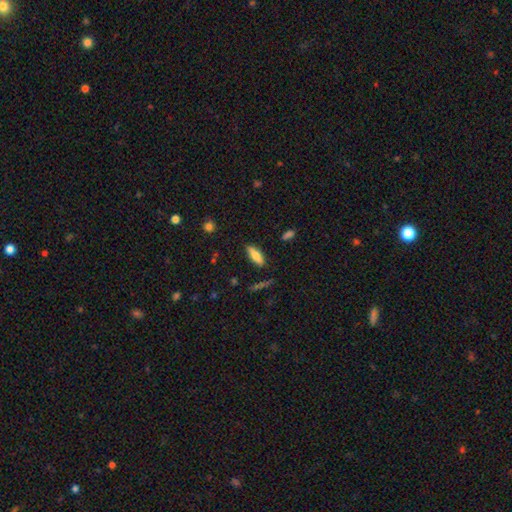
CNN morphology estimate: This is likely a smooth galaxy (73%). How rounded: possibly in between (55%). Merging: clearly none (84%).